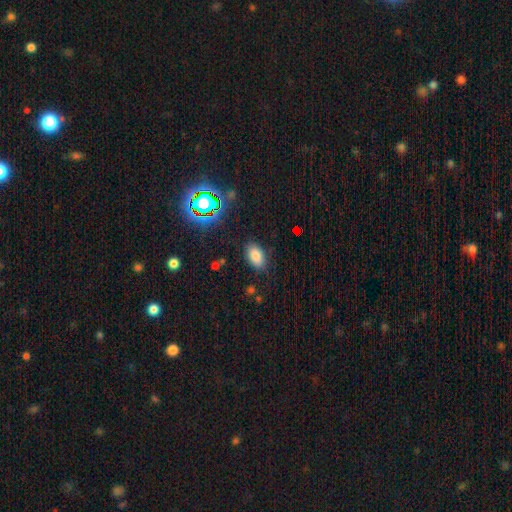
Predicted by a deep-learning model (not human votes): This is likely a smooth galaxy (77%). How rounded: clearly in between (86%). Merging: clearly none (84%).